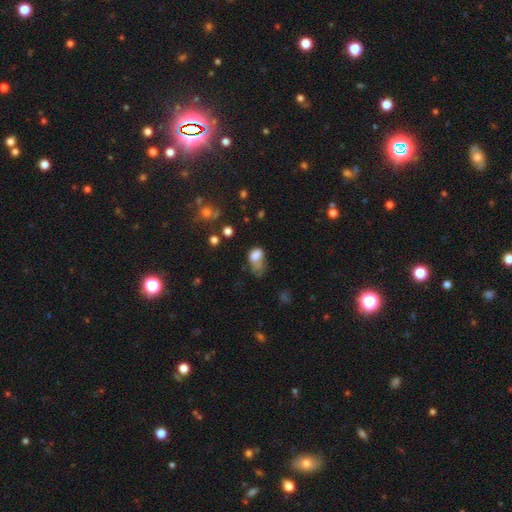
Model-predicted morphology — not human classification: smooth-or-featured: smooth: 73% | featured or disk: 14% | star or artifact: 13%
  how-rounded: in between: 78% | round: 21% | cigar-shaped: 2%
  merging: major disturbance: 36% | minor disturbance: 27% | none: 23% | merger: 15%